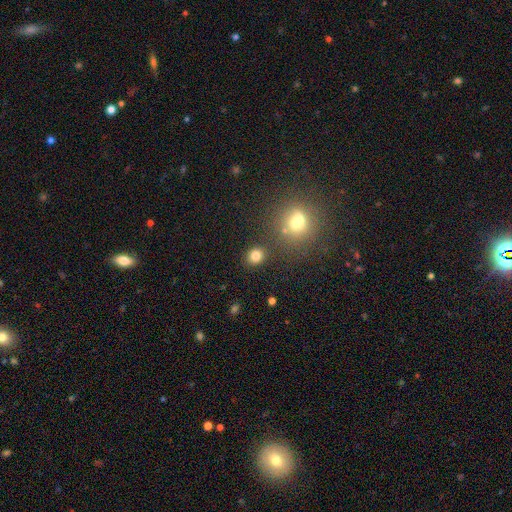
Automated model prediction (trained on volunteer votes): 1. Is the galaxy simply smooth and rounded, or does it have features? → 81% smooth, 14% star or artifact, 6% featured or disk.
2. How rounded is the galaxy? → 70% round, 29% in between, 1% cigar-shaped.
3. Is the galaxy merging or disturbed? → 82% none, 8% minor disturbance, 6% merger, 3% major disturbance.